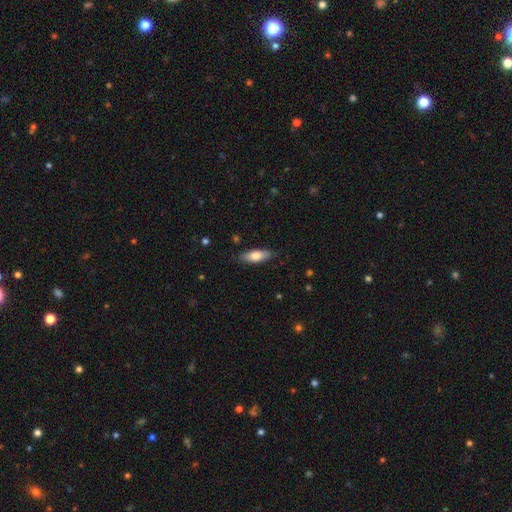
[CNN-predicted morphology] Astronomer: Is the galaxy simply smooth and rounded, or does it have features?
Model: smooth — 73%.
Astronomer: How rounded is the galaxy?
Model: in between — 61% (runner-up: cigar-shaped, 37%).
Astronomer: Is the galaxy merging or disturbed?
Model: none — 84%.